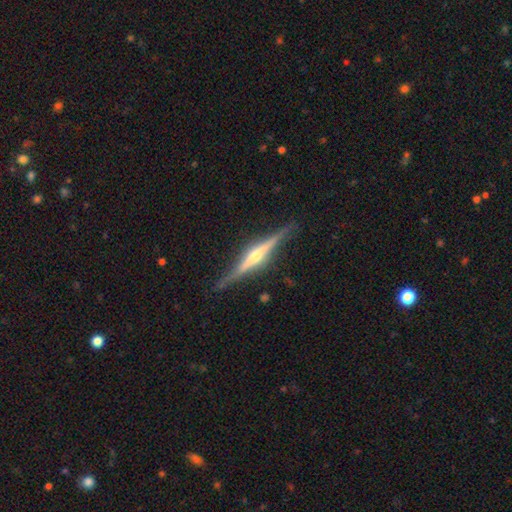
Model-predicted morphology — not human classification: featured or disk 84%, smooth 11%, star or artifact 5%. Down the decision tree: edge-on disk — yes (98%); edge-on bulge — rounded (87%); merging — none (86%).